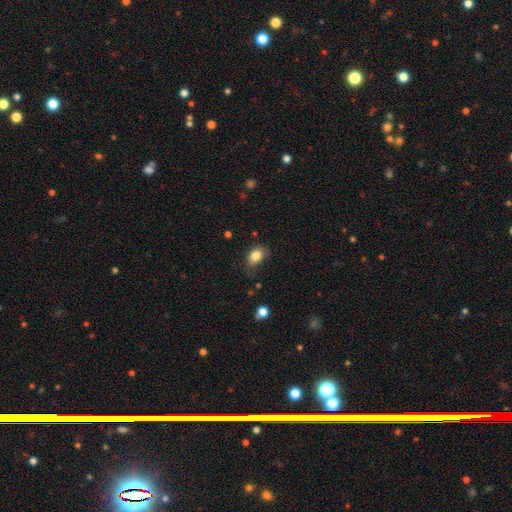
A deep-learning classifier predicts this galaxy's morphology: Smooth or featured? smooth (83%)
How rounded? in between (76%)
Merging? none (69%)